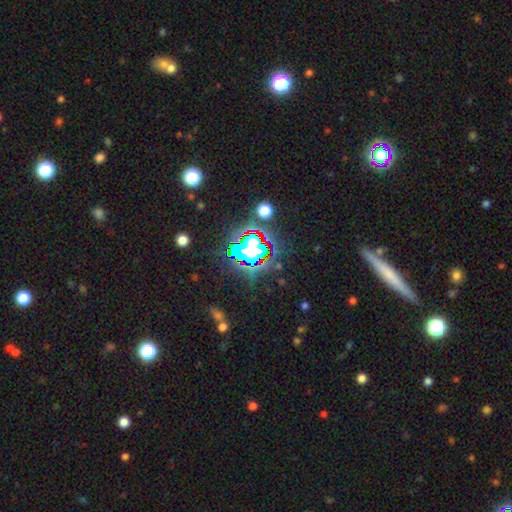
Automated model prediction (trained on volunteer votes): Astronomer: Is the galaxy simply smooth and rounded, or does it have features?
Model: star or artifact — 67%.